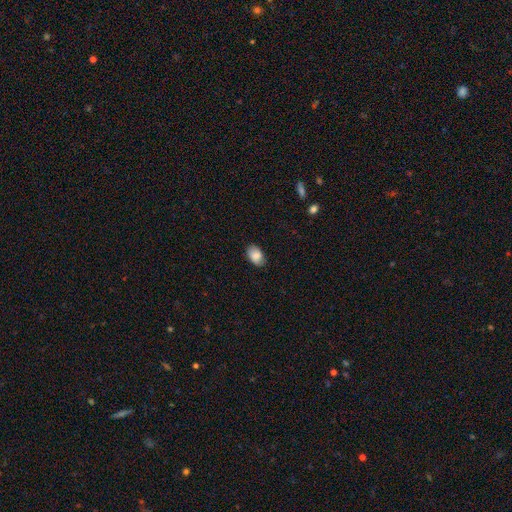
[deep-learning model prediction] smooth_or_featured: smooth (p=0.84) [alt: featured or disk p=0.09]
how_rounded: in between (p=0.89) [alt: round p=0.10]
merging: none (p=0.81) [alt: minor disturbance p=0.15]